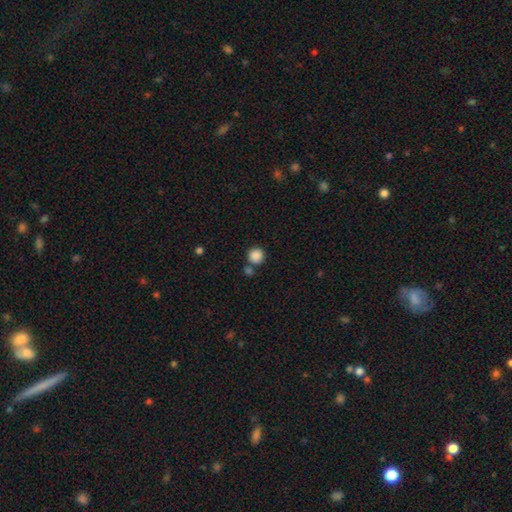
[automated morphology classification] smooth 87%, star or artifact 10%, featured or disk 3%. Down the decision tree: how rounded — round (93%); merging — none (71%).